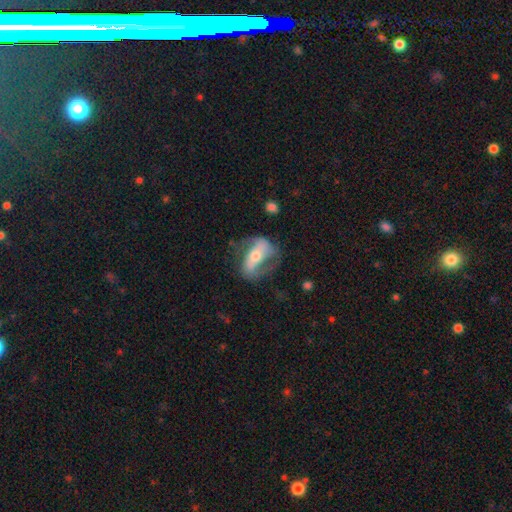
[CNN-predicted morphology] Overall: featured or disk (72%). Edge-on disk: no (90%). Bar: strong (52%; no 25%). Spiral arms: yes (79%). Spiral arm count: 2 (82%). Spiral winding: medium (41%; loose 38%). Bulge size: moderate (53%; small 39%). Merging: none (59%; minor disturbance 21%).